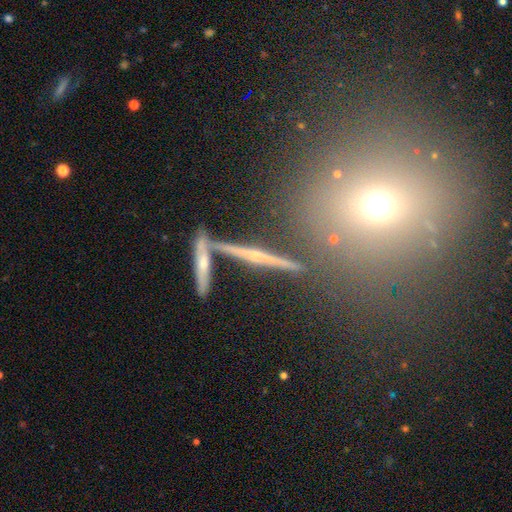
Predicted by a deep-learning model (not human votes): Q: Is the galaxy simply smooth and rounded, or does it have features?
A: featured or disk — 65%.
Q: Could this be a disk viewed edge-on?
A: yes — 93%.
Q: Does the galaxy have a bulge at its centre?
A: rounded — 60%.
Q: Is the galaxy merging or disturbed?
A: none — 81%.